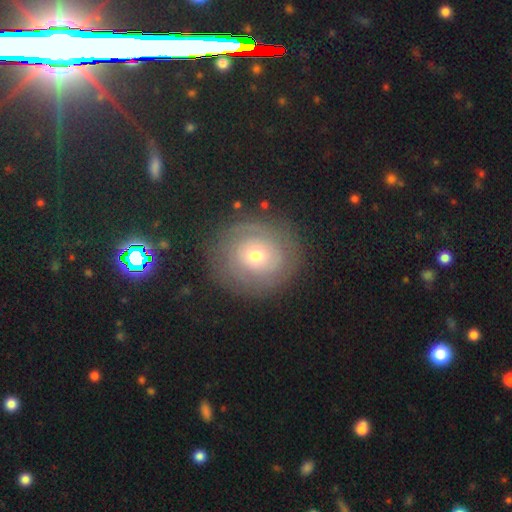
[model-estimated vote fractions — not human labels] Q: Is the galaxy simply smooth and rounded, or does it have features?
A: featured or disk — 54%.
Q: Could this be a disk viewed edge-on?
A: no — 96%.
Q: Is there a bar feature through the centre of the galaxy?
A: no — 85%.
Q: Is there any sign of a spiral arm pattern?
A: yes — 61%.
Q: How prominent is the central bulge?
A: moderate — 52%.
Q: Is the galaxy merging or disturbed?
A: none — 81%.